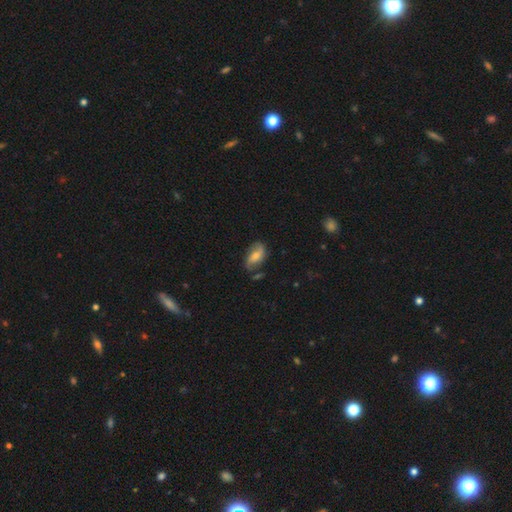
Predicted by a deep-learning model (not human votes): smooth-or-featured: featured or disk: 52% | smooth: 40% | star or artifact: 8%
  disk-edge-on: no: 92% | yes: 8%
  merging: none: 68% | minor disturbance: 22% | major disturbance: 7% | merger: 4%